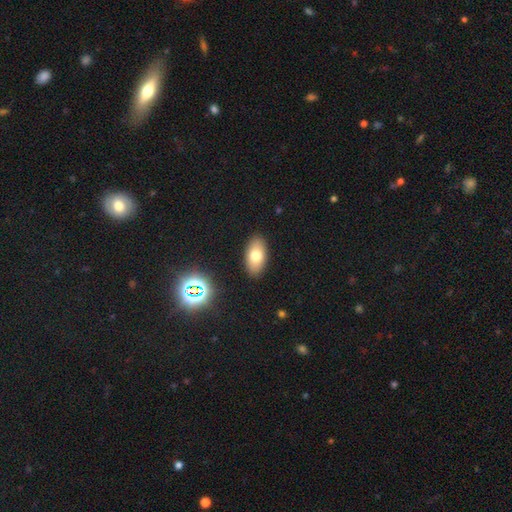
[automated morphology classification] smooth 72%, featured or disk 17%, star or artifact 10%. Down the decision tree: how rounded — in between (92%); merging — none (89%).